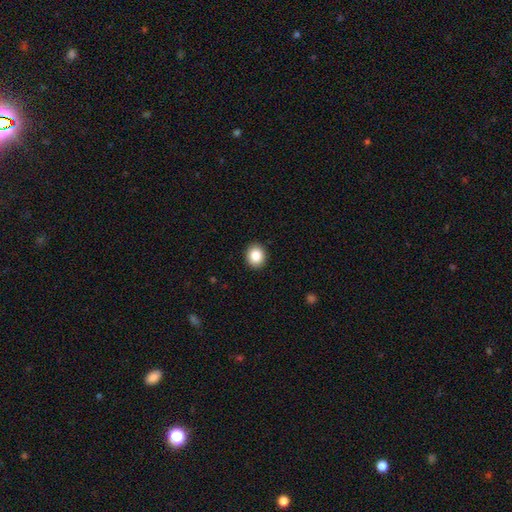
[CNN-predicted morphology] Smooth or featured: smooth — 87% (star or artifact — 9%)
How rounded: round — 75% (in between — 24%)
Merging: none — 92% (minor disturbance — 6%)